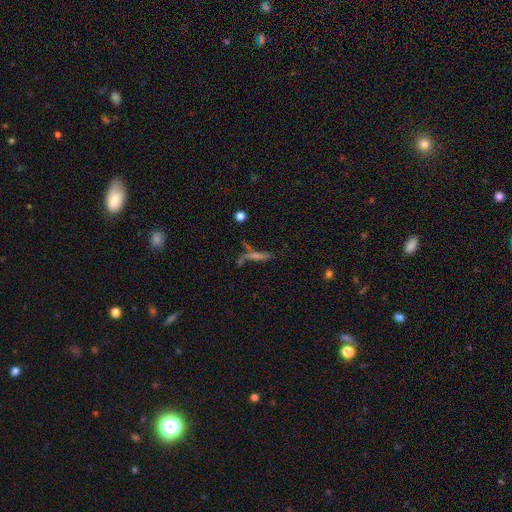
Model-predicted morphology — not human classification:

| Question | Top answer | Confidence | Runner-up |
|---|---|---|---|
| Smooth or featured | smooth | 40% | featured or disk (39%) |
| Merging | none | 56% | merger (18%) |